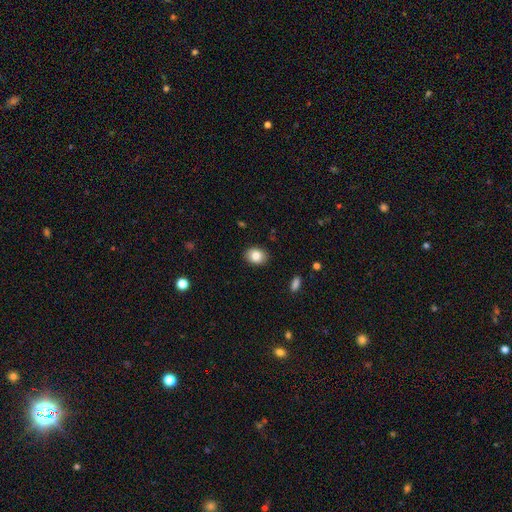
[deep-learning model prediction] This appears to be a smooth galaxy with no disk features (84%) that is in between round and cigar-shaped (64%). Merging: none (88%).